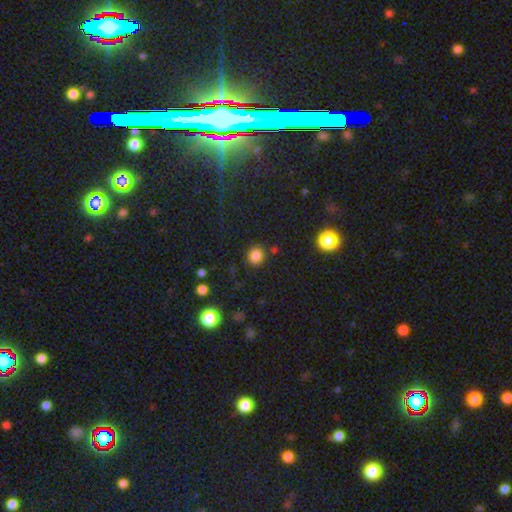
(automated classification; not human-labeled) Smooth or featured? Predicted: smooth (p=0.82). How rounded? Predicted: round (p=0.76). Merging? Predicted: none (p=0.83).